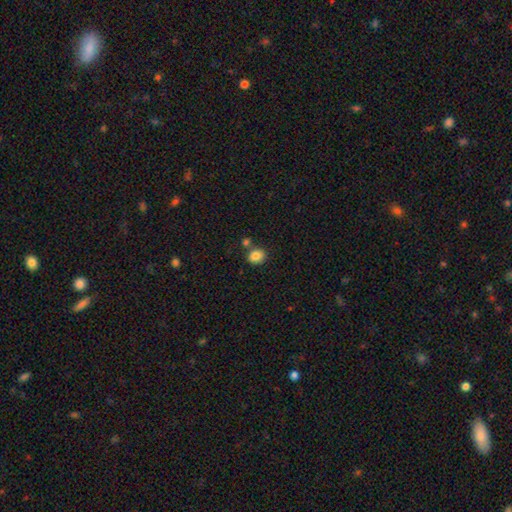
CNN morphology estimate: This appears to be a smooth galaxy with no disk features (85%) that is round (61%). Merging: none (70%).